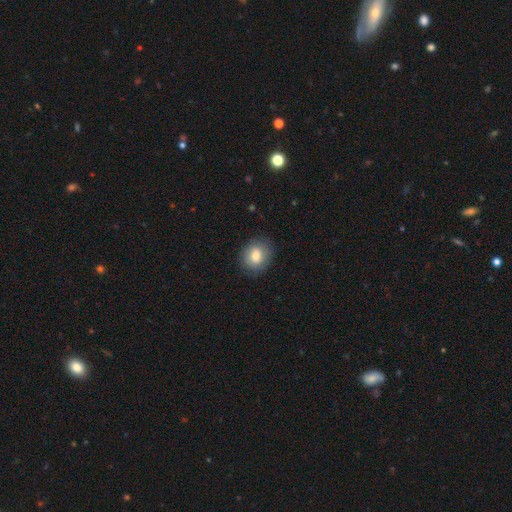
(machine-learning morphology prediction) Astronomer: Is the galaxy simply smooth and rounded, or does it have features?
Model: smooth — 80%.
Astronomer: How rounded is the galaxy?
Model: round — 60% (runner-up: in between, 39%).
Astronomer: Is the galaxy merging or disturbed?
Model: none — 84%.